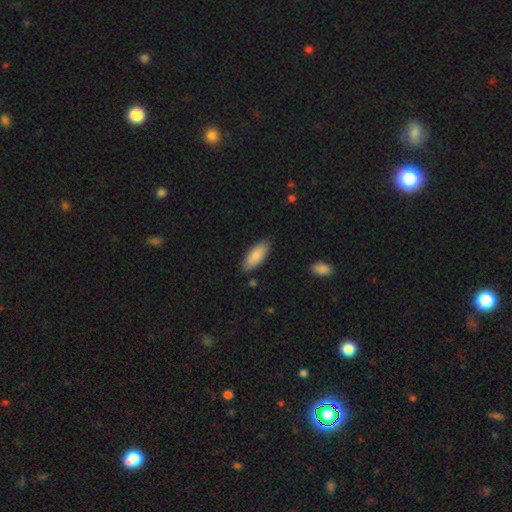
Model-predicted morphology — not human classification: Smooth or featured: smooth — 88% (featured or disk — 7%)
How rounded: in between — 81% (cigar-shaped — 18%)
Merging: none — 83% (minor disturbance — 13%)